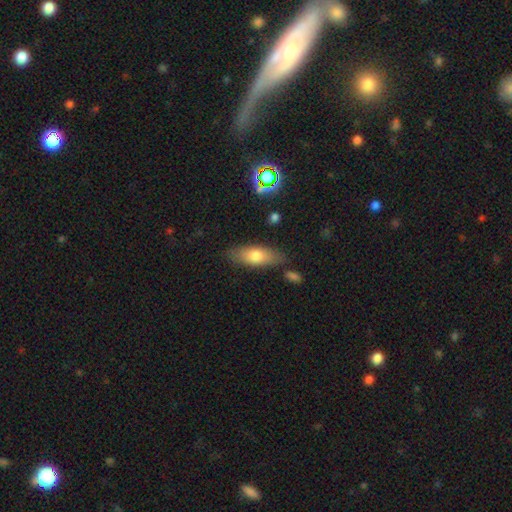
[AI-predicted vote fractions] Morphology: type=smooth (71%); roundness=in between (68%); merging=none (80%).